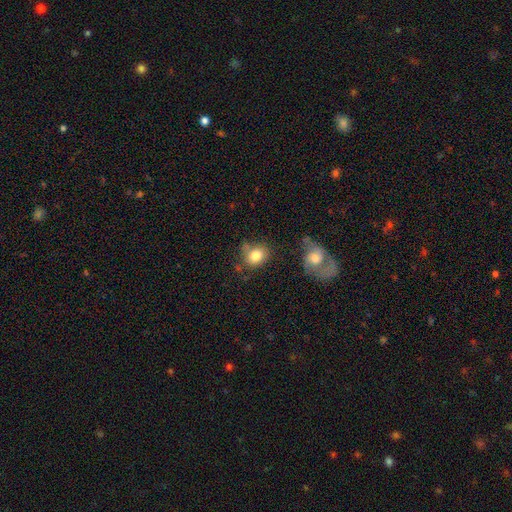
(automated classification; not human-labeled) This is clearly a smooth galaxy (81%). How rounded: possibly round (59%). Merging: likely none (63%).